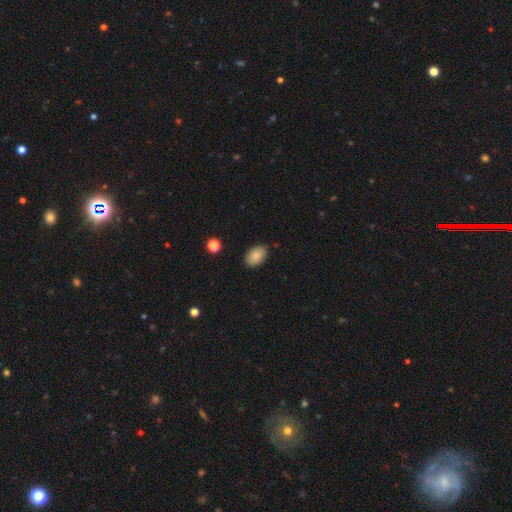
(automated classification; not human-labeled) smooth_or_featured: smooth (p=0.86) [alt: star or artifact p=0.08]
how_rounded: in between (p=0.90) [alt: round p=0.09]
merging: none (p=0.86) [alt: minor disturbance p=0.11]